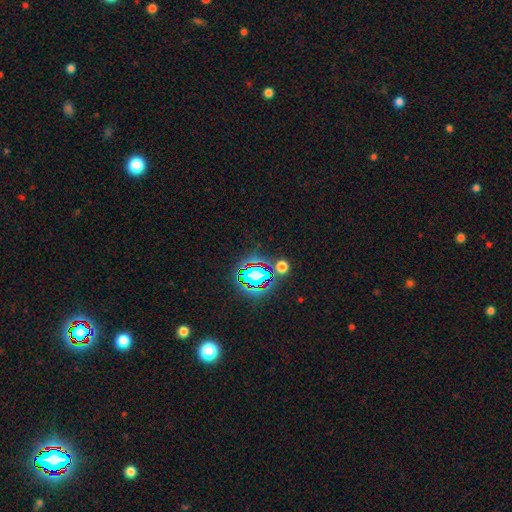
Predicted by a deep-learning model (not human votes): Smooth or featured? star or artifact (78%)